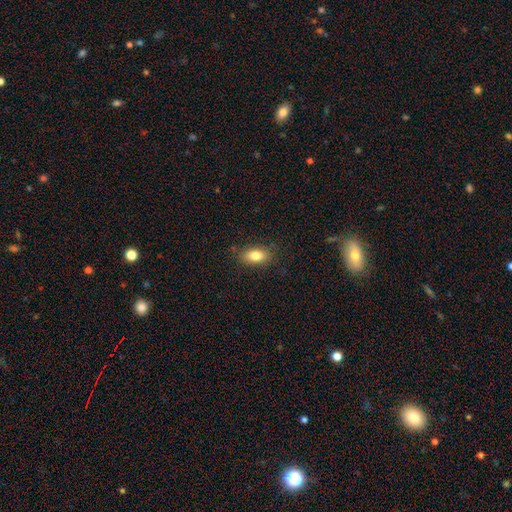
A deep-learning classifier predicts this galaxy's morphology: A smooth galaxy with no disk features (82%) that is in between round and cigar-shaped (88%).

Vote fractions:
- Smooth or featured? smooth: 82% / featured or disk: 10% / star or artifact: 8%
- How rounded? in between: 88% / round: 7% / cigar-shaped: 5%
- Merging? none: 84% / minor disturbance: 12% / major disturbance: 3% / merger: 1%